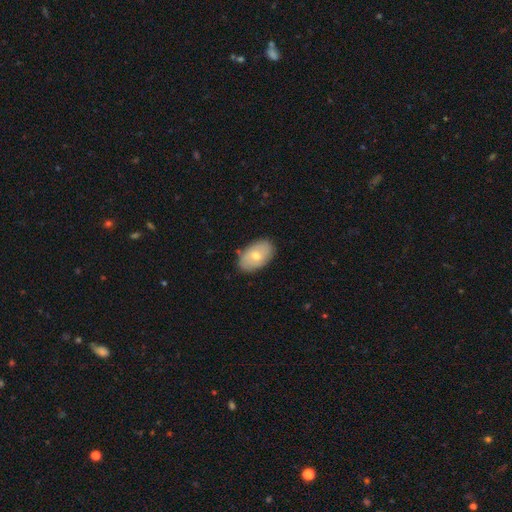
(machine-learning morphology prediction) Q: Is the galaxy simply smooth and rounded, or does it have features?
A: smooth — 64%.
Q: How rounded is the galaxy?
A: in between — 92%.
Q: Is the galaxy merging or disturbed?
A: none — 83%.